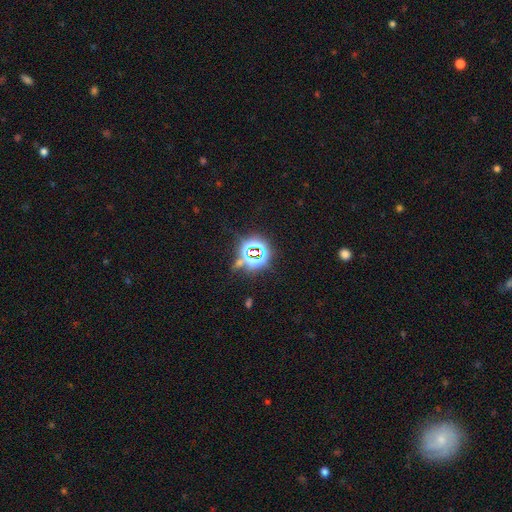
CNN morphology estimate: This is likely a star or artifact rather than a galaxy (75%).